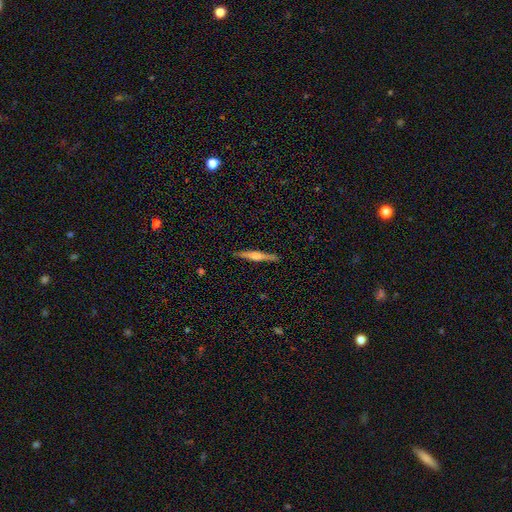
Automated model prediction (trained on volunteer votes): This is likely a featured or disk galaxy (62%). It is clearly viewed edge-on (98%). Edge-on bulge: likely rounded (72%). Merging: clearly none (90%).